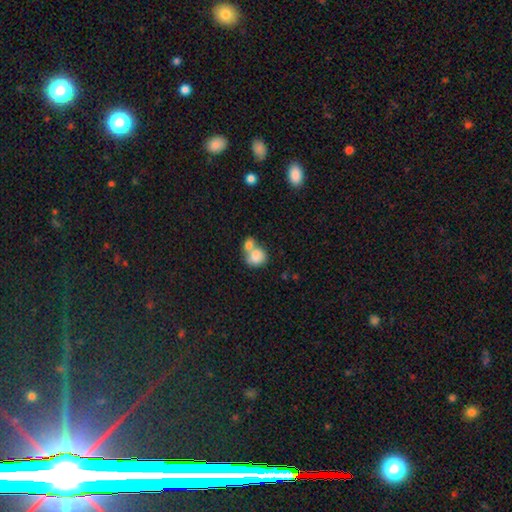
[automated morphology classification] This is clearly a smooth galaxy (82%). How rounded: likely round (64%). Merging: likely merger (62%).